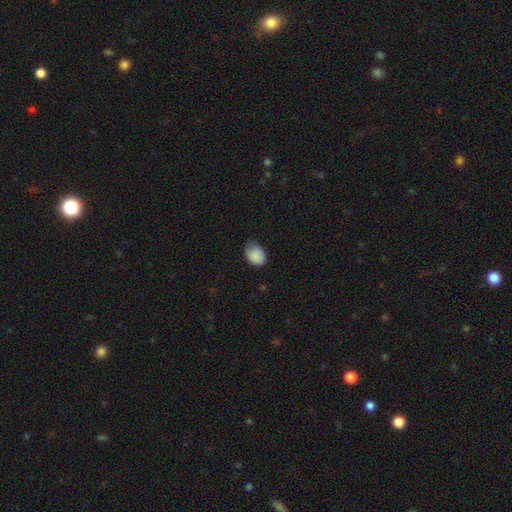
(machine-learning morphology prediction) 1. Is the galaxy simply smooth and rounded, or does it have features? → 87% smooth, 8% star or artifact, 6% featured or disk.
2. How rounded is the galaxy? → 65% in between, 34% round, 1% cigar-shaped.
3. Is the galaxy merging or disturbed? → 54% none, 37% minor disturbance, 8% major disturbance, 1% merger.